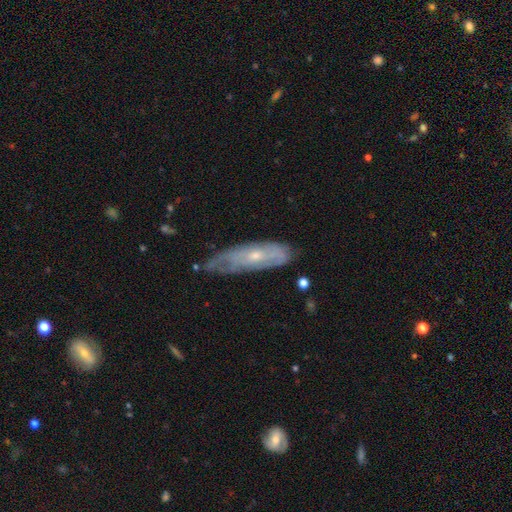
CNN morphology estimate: type=featured or disk (64%); edge-on=no (74%); merging=none (52%).